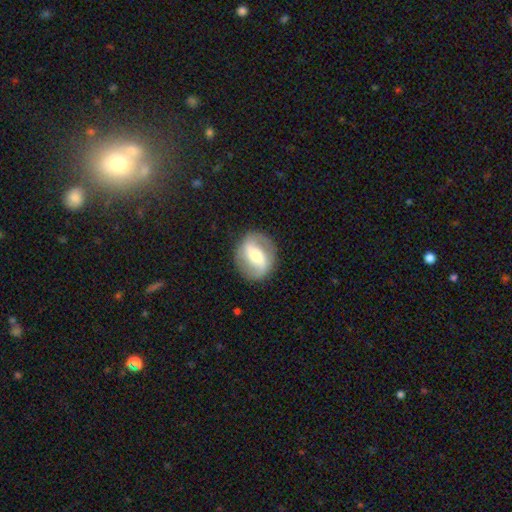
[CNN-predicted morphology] Q: Smooth or featured?
A: featured or disk (71%); runner-up: smooth (24%)
Q: Edge-on disk?
A: no (95%); runner-up: yes (5%)
Q: Bar?
A: strong (51%); runner-up: weak (31%)
Q: Spiral arms?
A: yes (76%); runner-up: no (24%)
Q: Spiral winding?
A: medium (40%); runner-up: loose (33%)
Q: Spiral arm count?
A: 2 (88%); runner-up: can't tell (6%)
Q: Bulge size?
A: moderate (59%); runner-up: small (27%)
Q: Merging?
A: none (85%); runner-up: minor disturbance (10%)